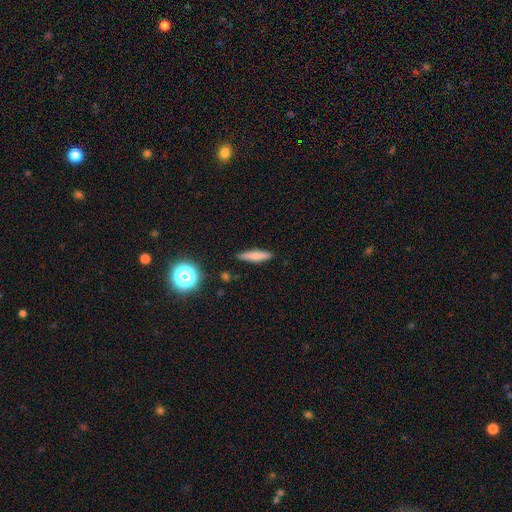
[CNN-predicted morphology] Smooth or featured? smooth (74%)
How rounded? cigar-shaped (81%)
Merging? none (84%)